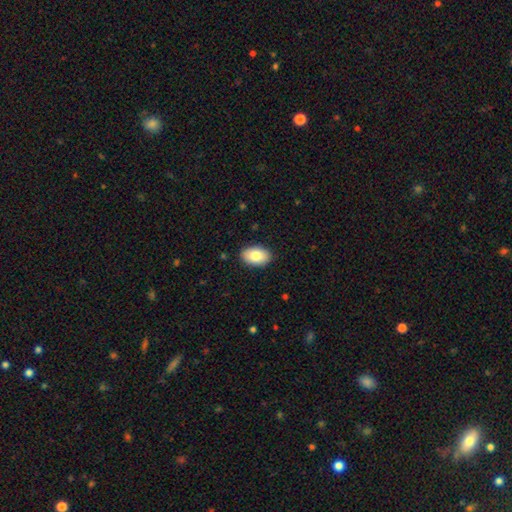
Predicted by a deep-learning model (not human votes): A smooth galaxy with no disk features (83%) that is in between round and cigar-shaped (91%). Merging: none (89%).